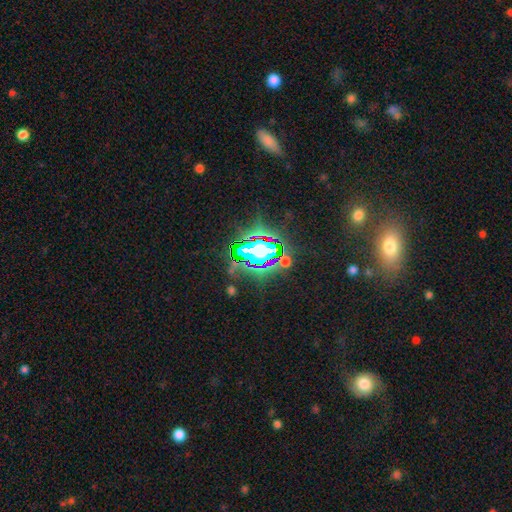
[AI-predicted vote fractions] Smooth or featured? Predicted: star or artifact (p=0.75).